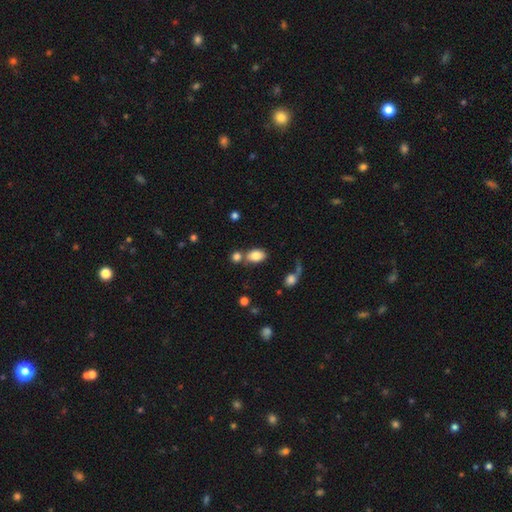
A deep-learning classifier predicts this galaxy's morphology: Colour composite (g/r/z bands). It shows a smooth galaxy with no disk features (82%) that is in between round and cigar-shaped (85%). Merging: none (57%).